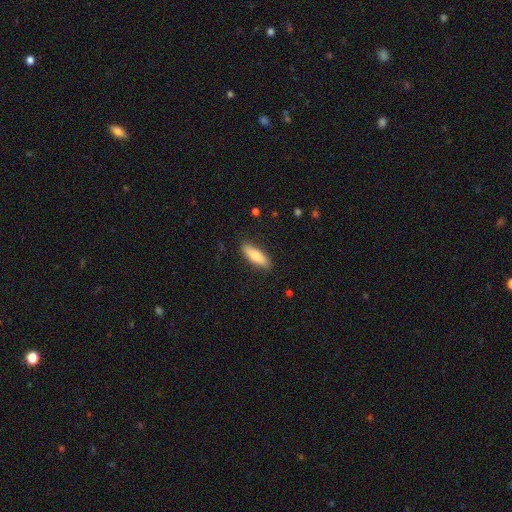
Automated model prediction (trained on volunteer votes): A smooth galaxy with no disk features (83%) that is in between round and cigar-shaped (50%).

Vote fractions:
- Smooth or featured? smooth: 83% / featured or disk: 11% / star or artifact: 6%
- How rounded? in between: 50% / cigar-shaped: 48% / round: 2%
- Merging? none: 87% / minor disturbance: 10% / major disturbance: 2% / merger: 1%